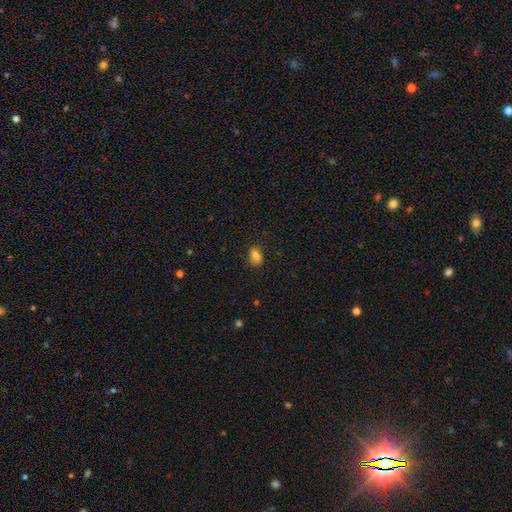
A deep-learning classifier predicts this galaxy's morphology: Smooth or featured: smooth — 81% (star or artifact — 12%)
How rounded: in between — 81% (round — 15%)
Merging: none — 70% (minor disturbance — 20%)